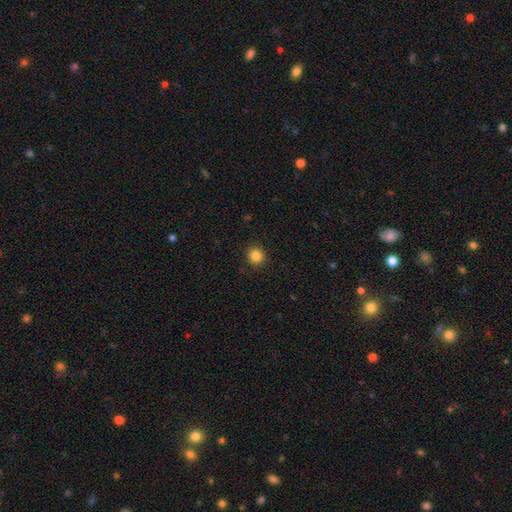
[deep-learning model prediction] Smooth or featured: smooth — 85% (star or artifact — 11%)
How rounded: round — 87% (in between — 12%)
Merging: none — 91% (minor disturbance — 6%)